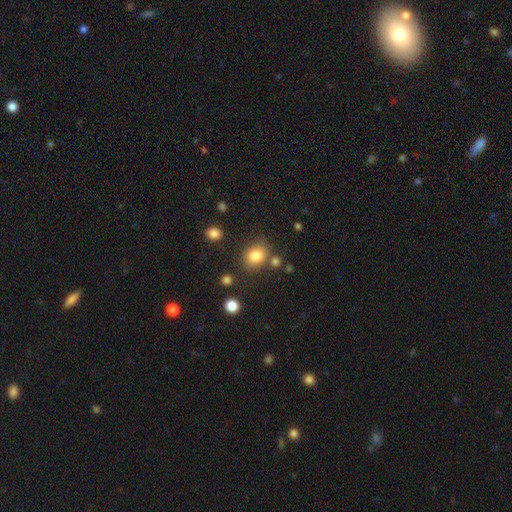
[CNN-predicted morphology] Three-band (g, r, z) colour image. It shows a smooth galaxy with no disk features (81%) that is round (59%). Merging: none (74%).